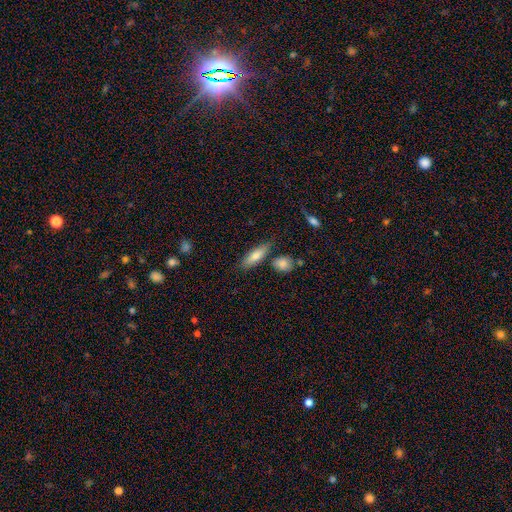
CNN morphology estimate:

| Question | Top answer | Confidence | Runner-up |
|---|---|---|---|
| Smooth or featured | smooth | 75% | featured or disk (18%) |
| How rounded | in between | 49% | tied: cigar-shaped (49%) |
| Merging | none | 73% | minor disturbance (14%) |